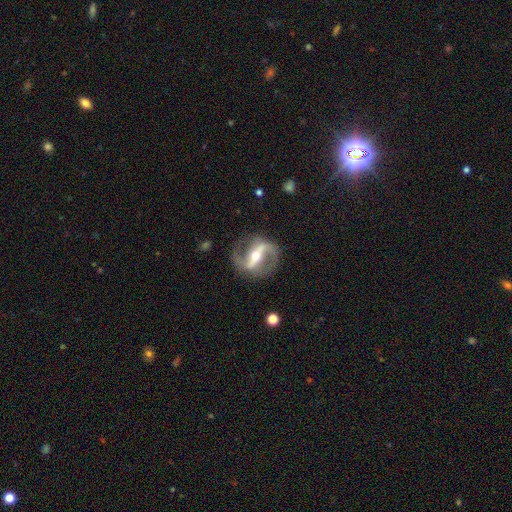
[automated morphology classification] Smooth or featured? featured or disk (91%)
Edge-on disk? no (95%)
Bar? strong (67%)
Spiral arms? yes (95%)
Spiral winding? loose (45%)
Spiral arm count? 2 (93%)
Bulge size? moderate (59%)
Merging? none (83%)